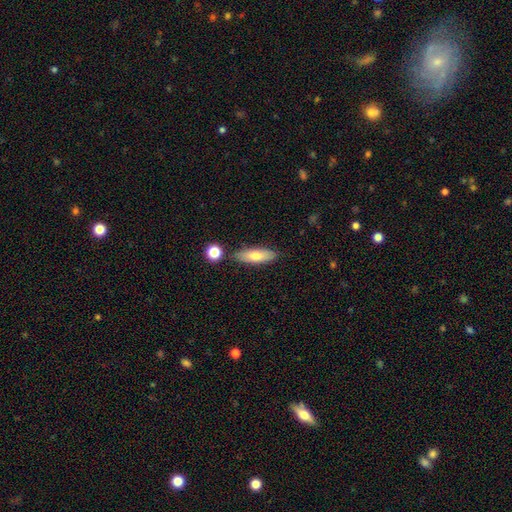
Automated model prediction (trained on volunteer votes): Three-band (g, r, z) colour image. It shows a smooth galaxy with no disk features (71%) that is in between round and cigar-shaped (56%). Merging: none (80%).